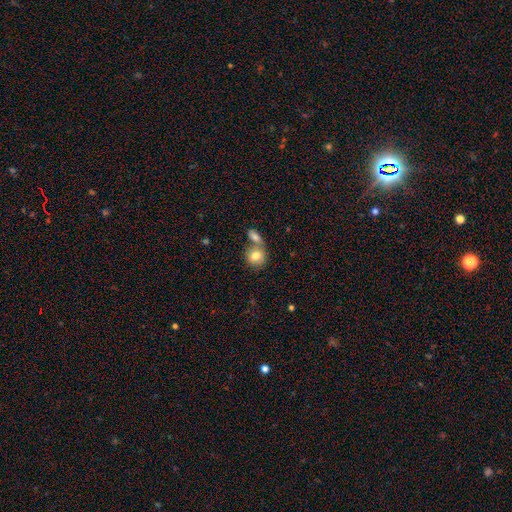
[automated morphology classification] A smooth galaxy with no disk features (80%) that is round (75%).

Vote fractions:
- Smooth or featured? smooth: 80% / featured or disk: 12% / star or artifact: 8%
- How rounded? round: 75% / in between: 23% / cigar-shaped: 1%
- Merging? merger: 46% / none: 42% / minor disturbance: 9% / major disturbance: 3%